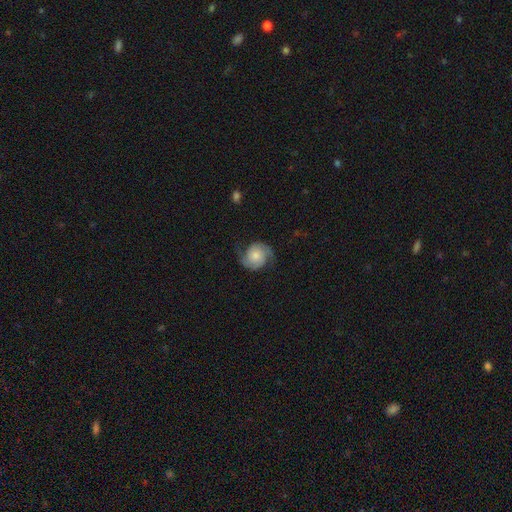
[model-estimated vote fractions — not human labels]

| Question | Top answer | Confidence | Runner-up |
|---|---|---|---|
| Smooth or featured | featured or disk | 78% | smooth (16%) |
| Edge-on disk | no | 98% | yes (2%) |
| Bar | no | 77% | weak (20%) |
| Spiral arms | yes | 96% | no (4%) |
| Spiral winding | medium | 46% | loose (30%) |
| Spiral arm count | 2 | 93% | can't tell (3%) |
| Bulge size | moderate | 41% | small (37%) |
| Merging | none | 75% | minor disturbance (17%) |